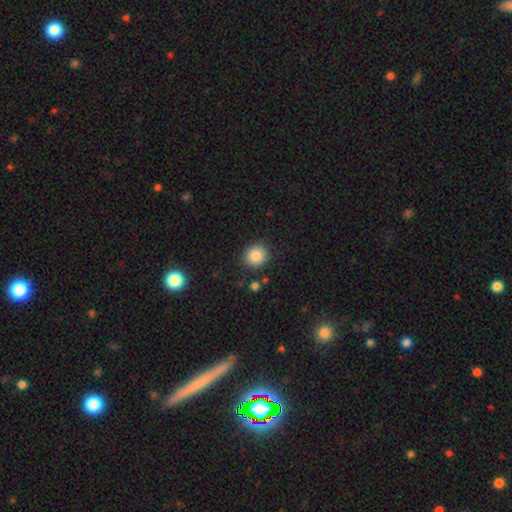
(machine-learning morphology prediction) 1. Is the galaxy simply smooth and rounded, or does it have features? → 86% smooth, 9% star or artifact, 5% featured or disk.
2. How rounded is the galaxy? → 83% round, 16% in between, 1% cigar-shaped.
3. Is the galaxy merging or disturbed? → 87% none, 8% minor disturbance, 3% major disturbance, 2% merger.